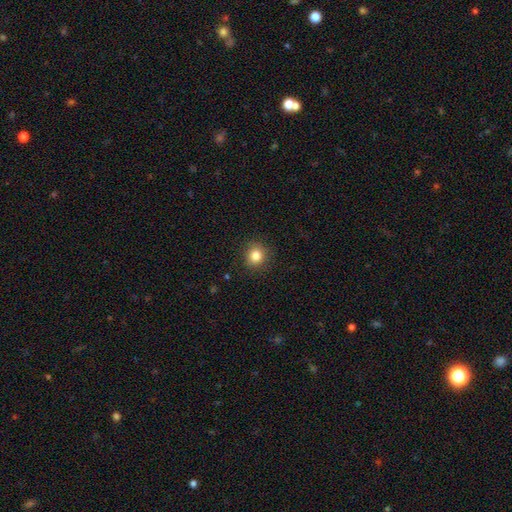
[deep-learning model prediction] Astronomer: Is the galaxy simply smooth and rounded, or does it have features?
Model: smooth — 84%.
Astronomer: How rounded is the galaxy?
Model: round — 87%.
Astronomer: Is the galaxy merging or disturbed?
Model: none — 88%.